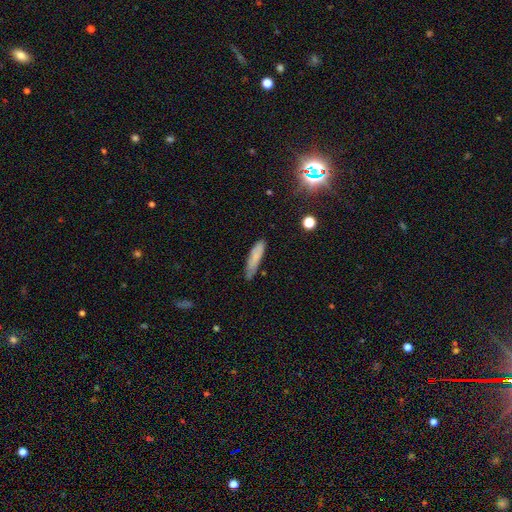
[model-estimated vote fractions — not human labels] A smooth galaxy with no disk features (76%) that is cigar-shaped (76%).

Vote fractions:
- Smooth or featured? smooth: 76% / featured or disk: 16% / star or artifact: 8%
- How rounded? cigar-shaped: 76% / in between: 23% / round: 2%
- Merging? none: 67% / minor disturbance: 25% / major disturbance: 5% / merger: 3%